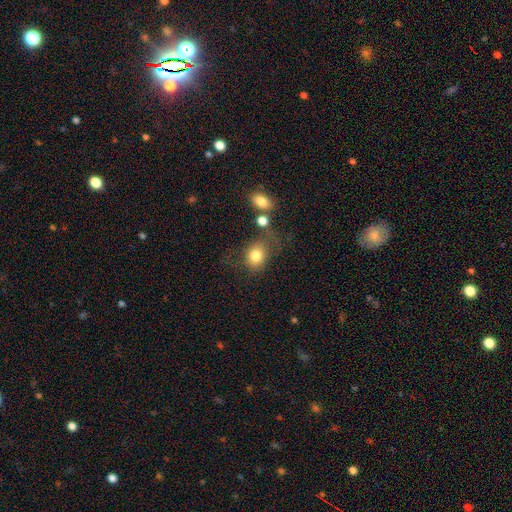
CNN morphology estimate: smooth-or-featured: smooth: 80% | star or artifact: 10% | featured or disk: 10%
  how-rounded: round: 51% | in between: 48% | cigar-shaped: 1%
  merging: none: 53% | minor disturbance: 22% | major disturbance: 15% | merger: 10%